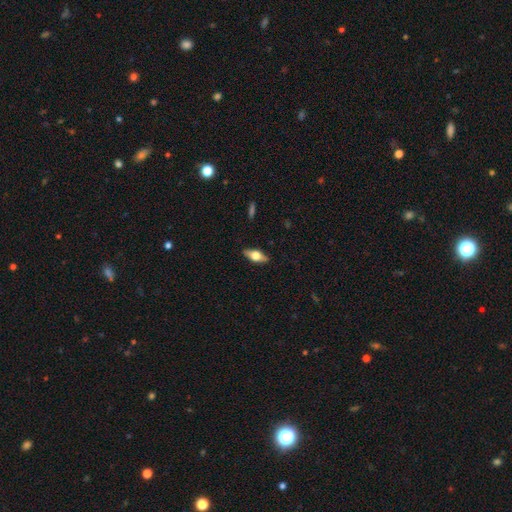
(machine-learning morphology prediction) Smooth or featured?
  - featured or disk: 48% *
  - smooth: 45%
  - star or artifact: 7%
Merging?
  - none: 87% *
  - minor disturbance: 9%
  - major disturbance: 2%
  - merger: 1%